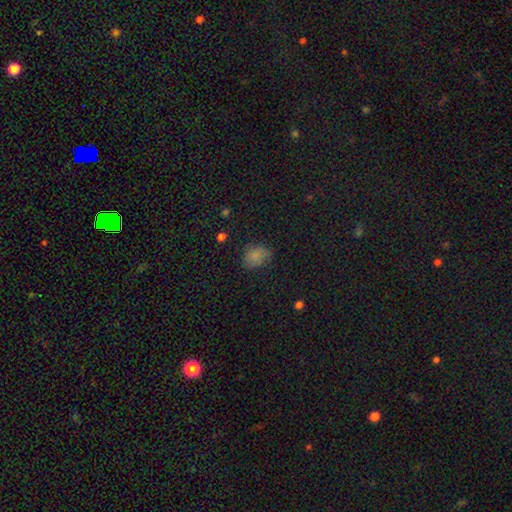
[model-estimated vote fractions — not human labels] A smooth galaxy with no disk features (77%) that is in between round and cigar-shaped (58%). Merging: none (64%).